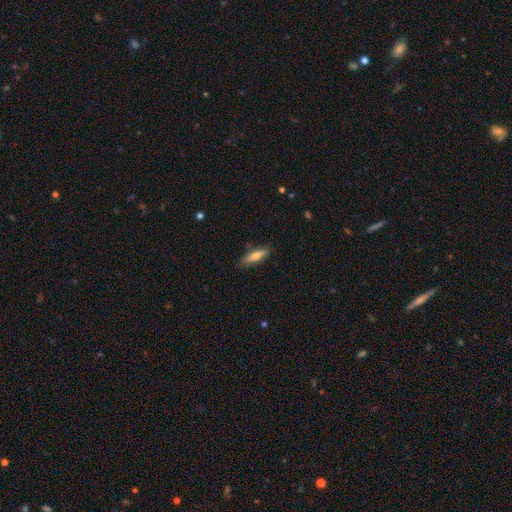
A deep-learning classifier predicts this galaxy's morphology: This is likely a smooth galaxy (62%). How rounded: likely cigar-shaped (70%). Merging: clearly none (84%).